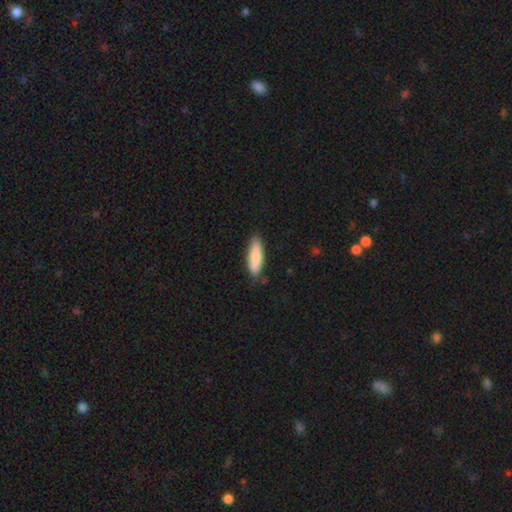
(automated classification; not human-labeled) smooth-or-featured: smooth: 84% | featured or disk: 11% | star or artifact: 6%
  how-rounded: cigar-shaped: 56% | in between: 42% | round: 1%
  merging: none: 81% | minor disturbance: 15% | major disturbance: 2% | merger: 2%